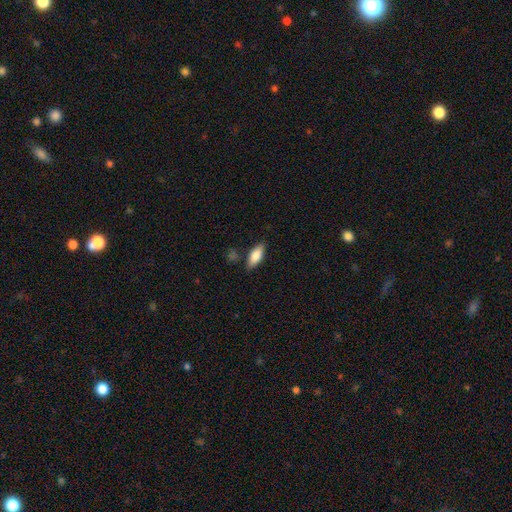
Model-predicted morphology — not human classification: A smooth galaxy with no disk features (77%) that is in between round and cigar-shaped (75%). Merging: none (81%).